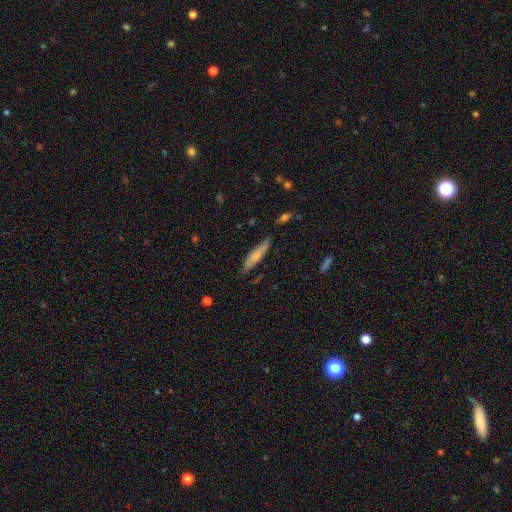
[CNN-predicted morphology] This appears to be a smooth galaxy with no disk features (62%) that is cigar-shaped (83%). Merging: none (75%).